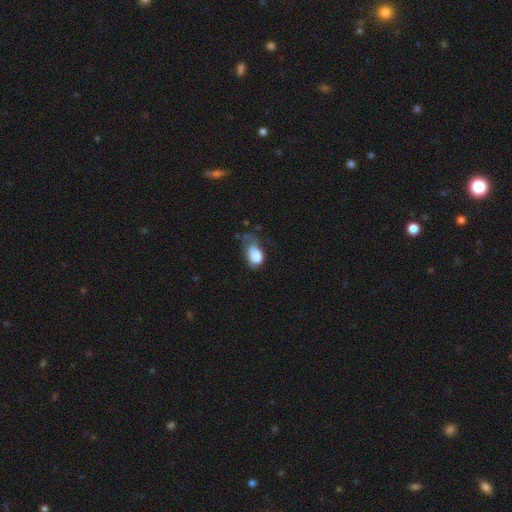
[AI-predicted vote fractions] smooth 81%, featured or disk 11%, star or artifact 8%. Down the decision tree: how rounded — in between (83%); merging — minor disturbance (38%).